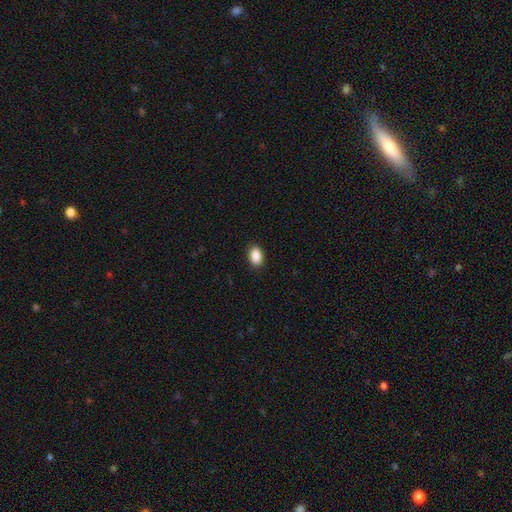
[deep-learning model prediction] Smooth or featured?
  - smooth: 90% *
  - star or artifact: 7%
  - featured or disk: 3%
How rounded?
  - in between: 88% *
  - round: 10%
  - cigar-shaped: 1%
Merging?
  - none: 89% *
  - minor disturbance: 8%
  - major disturbance: 2%
  - merger: 1%